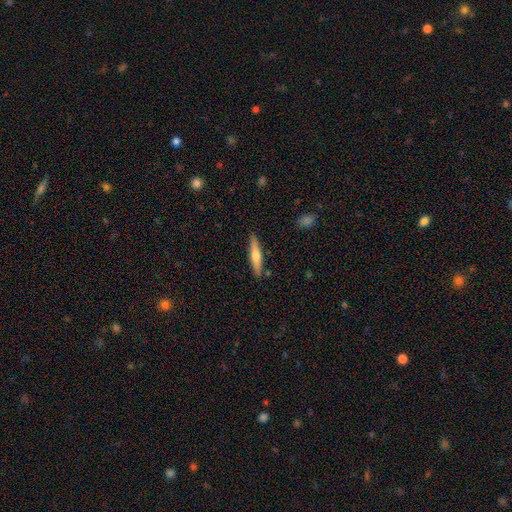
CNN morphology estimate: The model was most divided on "smooth or featured": smooth: 54%, featured or disk: 40%, star or artifact: 6%. More confident: merging — none (88%); how rounded — cigar-shaped (88%).